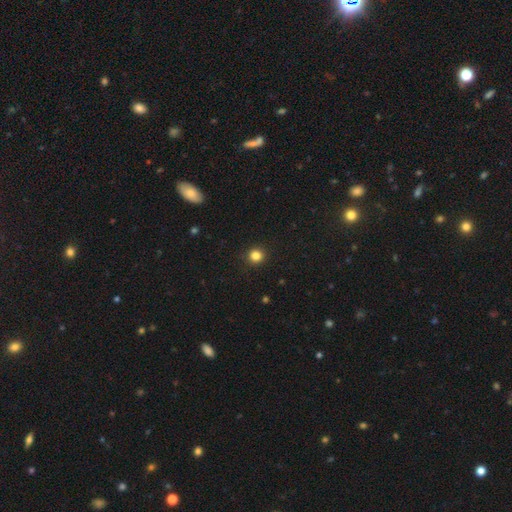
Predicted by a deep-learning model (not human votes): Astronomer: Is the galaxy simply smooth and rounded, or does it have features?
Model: smooth — 84%.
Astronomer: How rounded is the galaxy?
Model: round — 93%.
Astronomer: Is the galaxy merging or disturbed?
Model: none — 92%.